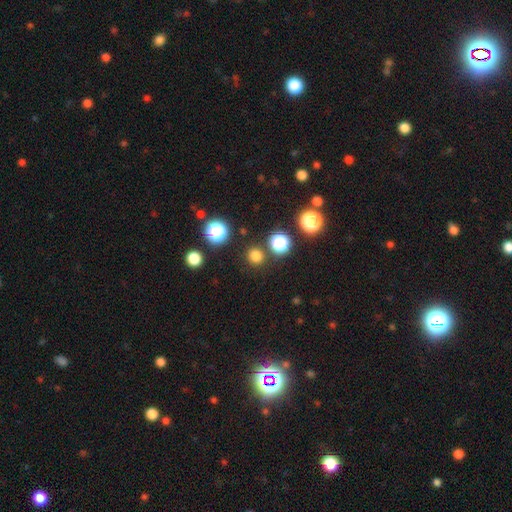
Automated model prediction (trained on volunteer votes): smooth_or_featured: smooth (p=0.76) [alt: star or artifact p=0.20]
how_rounded: round (p=0.92) [alt: in between p=0.07]
merging: none (p=0.88) [alt: minor disturbance p=0.06]